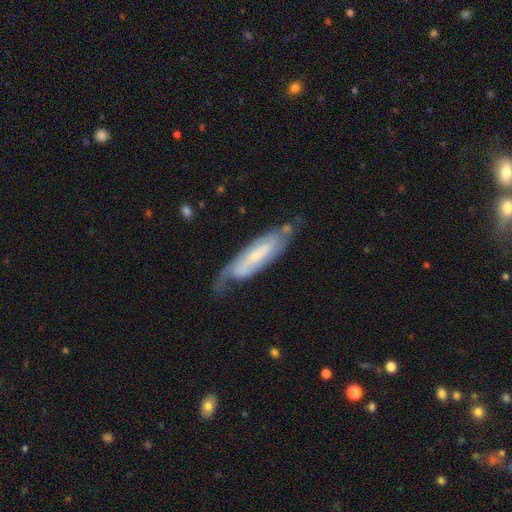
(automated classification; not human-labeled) This is likely a featured or disk galaxy (77%). It is clearly not viewed edge-on (81%). Bar: marginally weak (39%). Spiral arm pattern: clearly yes (93%). Spiral arm count: likely 2 (69%). Spiral winding: marginally medium (41%). Central bulge: likely small (64%). Merging: possibly none (59%).